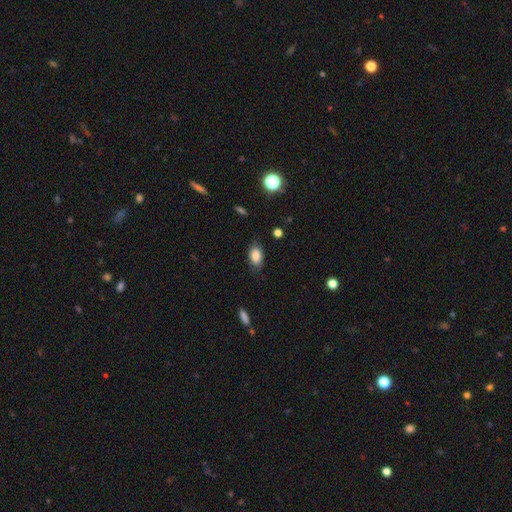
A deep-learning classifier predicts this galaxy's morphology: smooth 85%, star or artifact 8%, featured or disk 7%. Down the decision tree: how rounded — in between (89%); merging — none (78%).